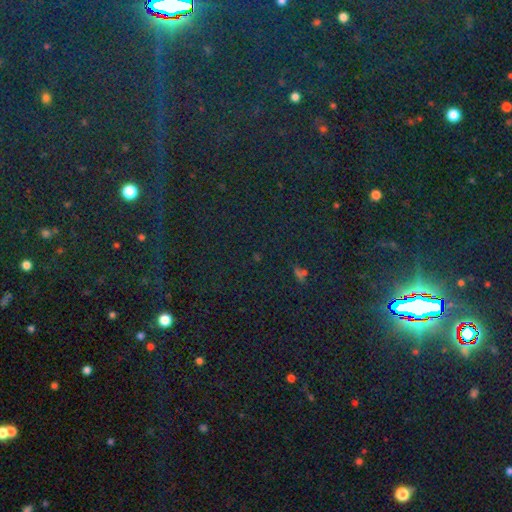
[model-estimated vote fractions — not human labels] This appears to be a star or artifact, not a galaxy (86%).